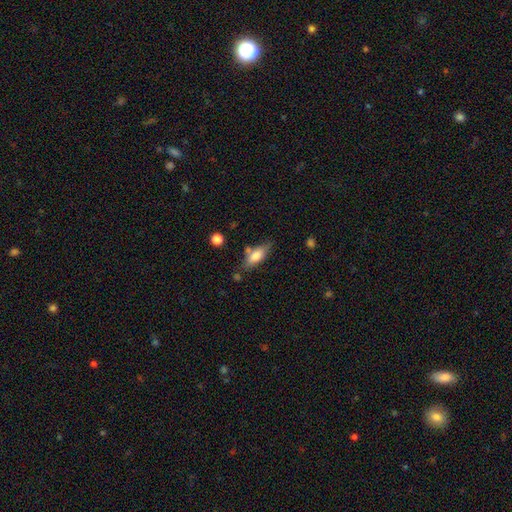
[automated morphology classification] This is likely a smooth galaxy (70%). How rounded: likely in between (69%). Merging: likely none (66%).